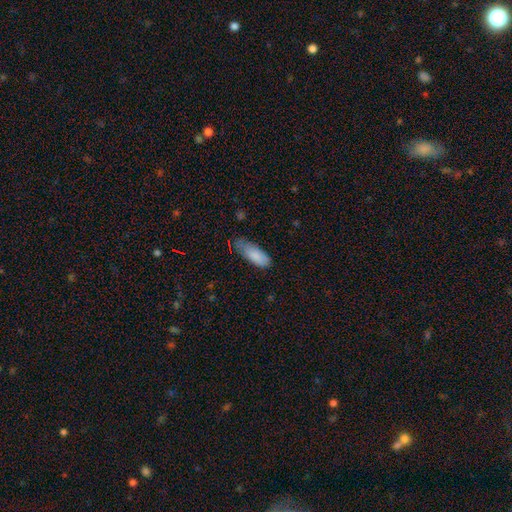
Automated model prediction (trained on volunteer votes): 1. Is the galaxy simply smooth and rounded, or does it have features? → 85% smooth, 8% featured or disk, 6% star or artifact.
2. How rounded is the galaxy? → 76% in between, 23% cigar-shaped, 2% round.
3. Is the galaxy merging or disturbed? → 49% none, 38% minor disturbance, 10% major disturbance, 2% merger.